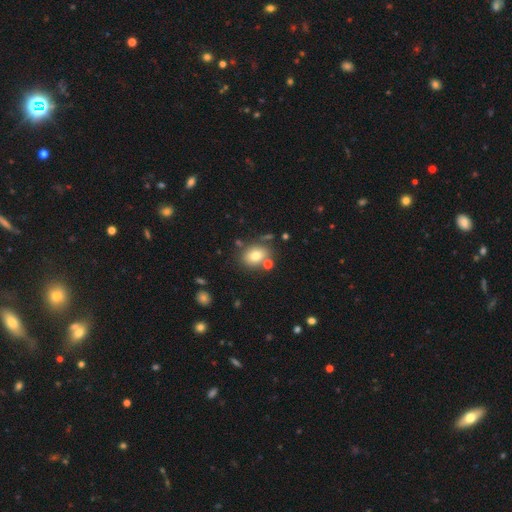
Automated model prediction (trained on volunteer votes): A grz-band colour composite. It shows a smooth galaxy with no disk features (76%) that is in between round and cigar-shaped (54%). Merging: none (71%).